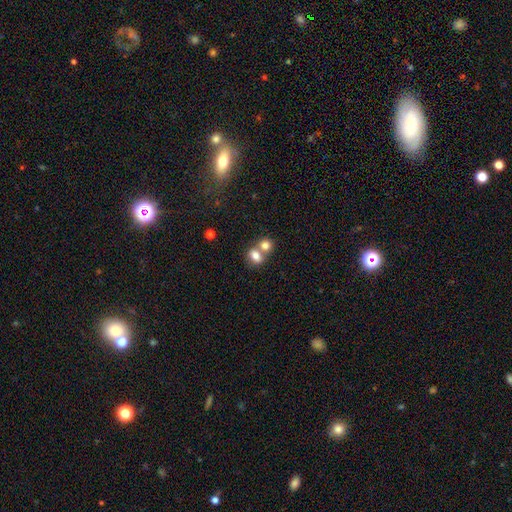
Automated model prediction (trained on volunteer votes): smooth_or_featured: smooth (p=0.77) [alt: featured or disk p=0.13]
how_rounded: in between (p=0.51) [alt: round p=0.47]
merging: merger (p=0.59) [alt: none p=0.31]